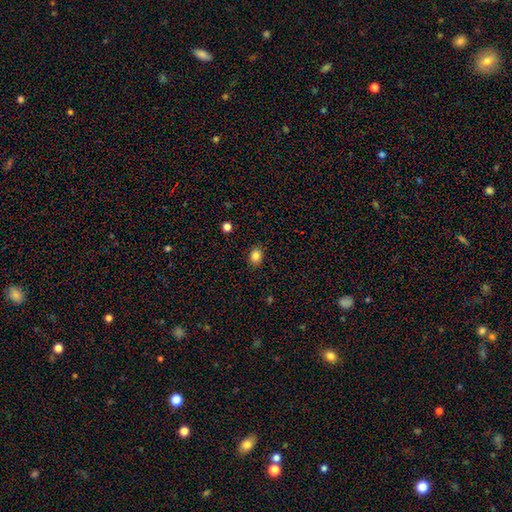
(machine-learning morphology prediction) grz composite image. It shows a smooth galaxy with no disk features (84%) that is in between round and cigar-shaped (57%). Merging: none (88%).